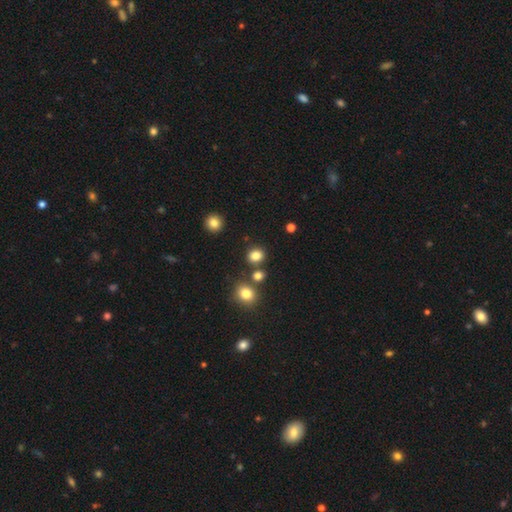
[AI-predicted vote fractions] Morphology: type=smooth (83%); roundness=round (72%); merging=none (80%).